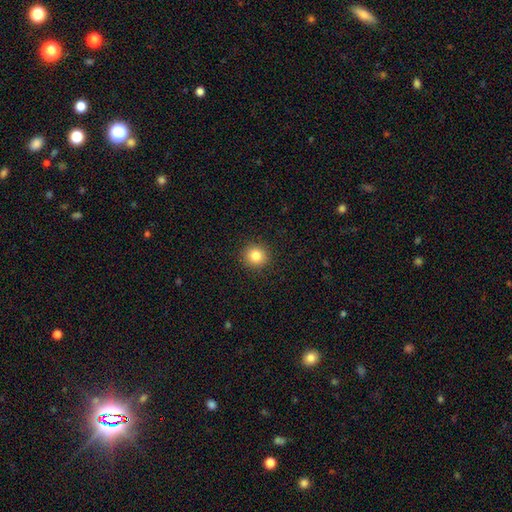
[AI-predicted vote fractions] Q: Smooth or featured?
A: smooth (84%); runner-up: star or artifact (11%)
Q: How rounded?
A: round (91%); runner-up: in between (8%)
Q: Merging?
A: none (91%); runner-up: minor disturbance (6%)